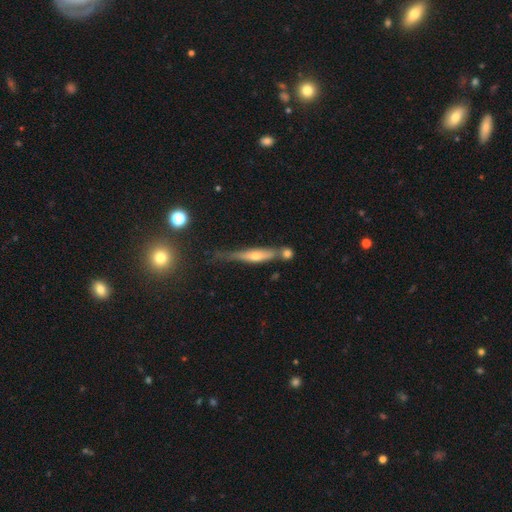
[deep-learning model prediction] This is likely a featured or disk galaxy (60%). It is clearly viewed edge-on (90%). Edge-on bulge: likely rounded (79%). Merging: possibly none (53%).